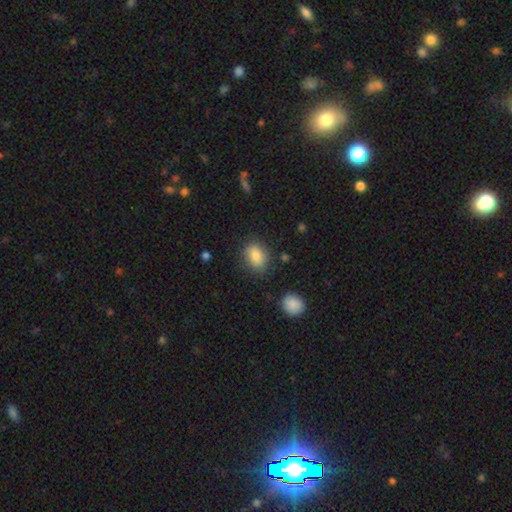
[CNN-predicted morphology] type=smooth (83%); roundness=in between (65%); merging=none (81%).